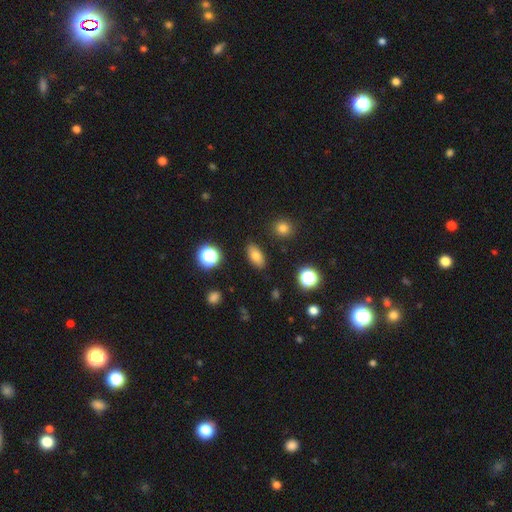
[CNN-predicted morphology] A smooth galaxy with no disk features (77%) that is in between round and cigar-shaped (85%).

Vote fractions:
- Smooth or featured? smooth: 77% / star or artifact: 12% / featured or disk: 11%
- How rounded? in between: 85% / round: 8% / cigar-shaped: 7%
- Merging? none: 87% / minor disturbance: 8% / major disturbance: 3% / merger: 2%